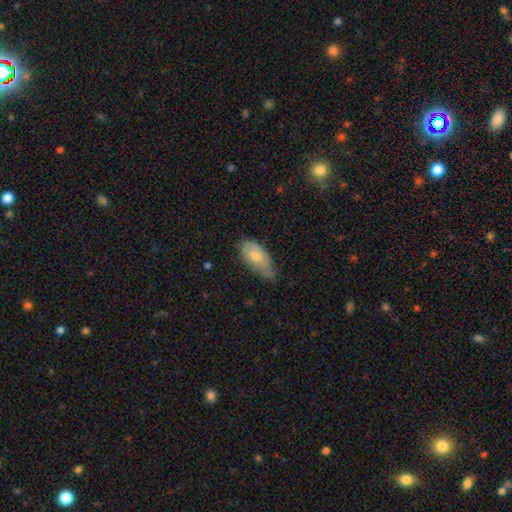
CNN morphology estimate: Smooth or featured? Predicted: smooth (p=0.46, tied with featured or disk). Merging? Predicted: none (p=0.49).